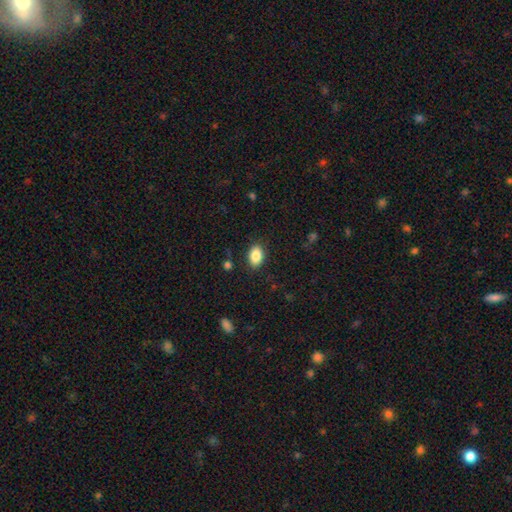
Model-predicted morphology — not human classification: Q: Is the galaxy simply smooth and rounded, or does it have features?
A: smooth — 86%.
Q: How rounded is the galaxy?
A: in between — 88%.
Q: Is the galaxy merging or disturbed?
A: none — 87%.